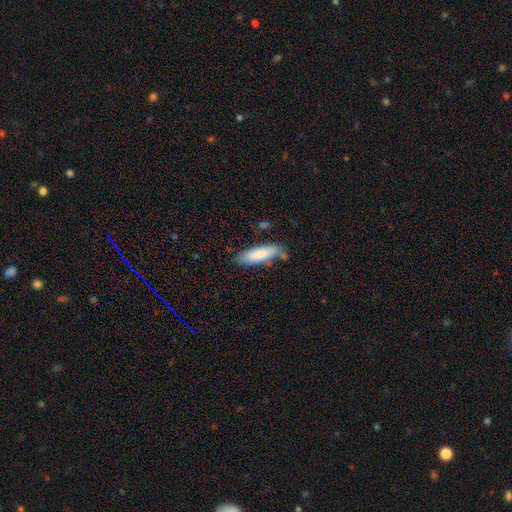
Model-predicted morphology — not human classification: Smooth or featured? smooth (81%)
How rounded? cigar-shaped (57%)
Merging? none (73%)